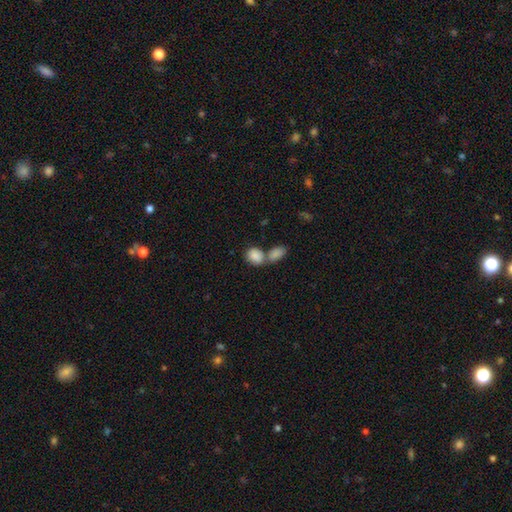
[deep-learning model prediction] This is clearly a smooth galaxy (87%). How rounded: likely in between (69%). Merging: possibly merger (56%).